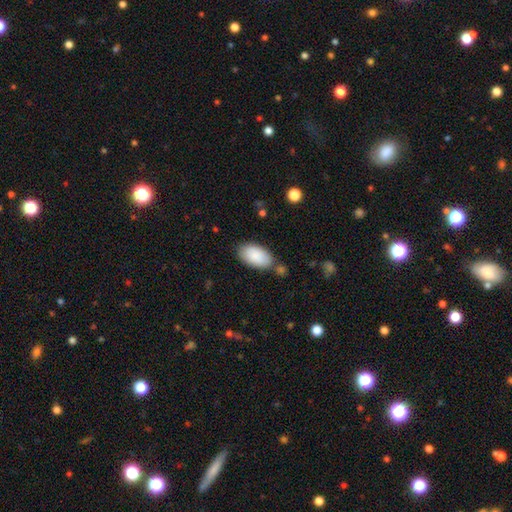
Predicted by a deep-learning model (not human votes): Smooth or featured? Predicted: smooth (p=0.89). How rounded? Predicted: in between (p=0.96). Merging? Predicted: none (p=0.73).